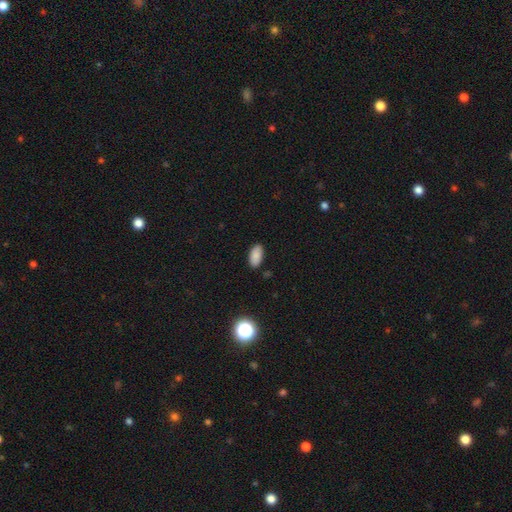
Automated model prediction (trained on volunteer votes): A smooth galaxy with no disk features (86%) that is in between round and cigar-shaped (94%). Merging: none (87%).